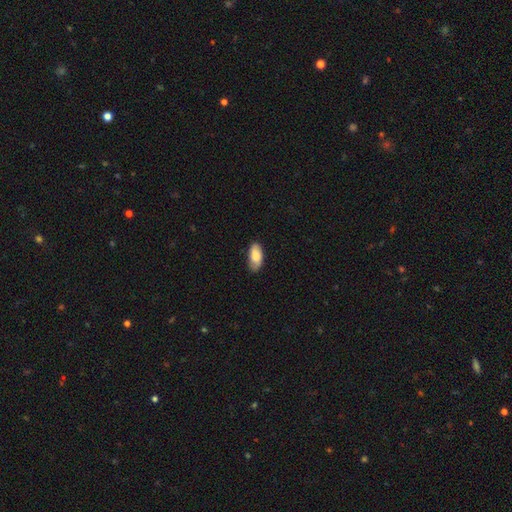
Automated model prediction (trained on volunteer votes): Overall: smooth (78%). How rounded: in between (92%). Merging: none (77%).